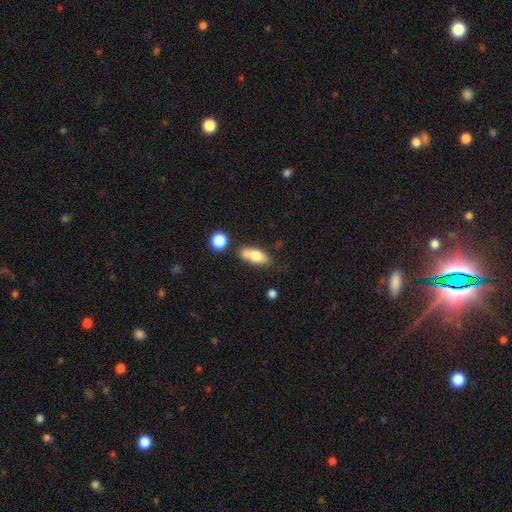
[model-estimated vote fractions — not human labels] This is likely a smooth galaxy (75%). How rounded: clearly in between (82%). Merging: possibly none (50%).